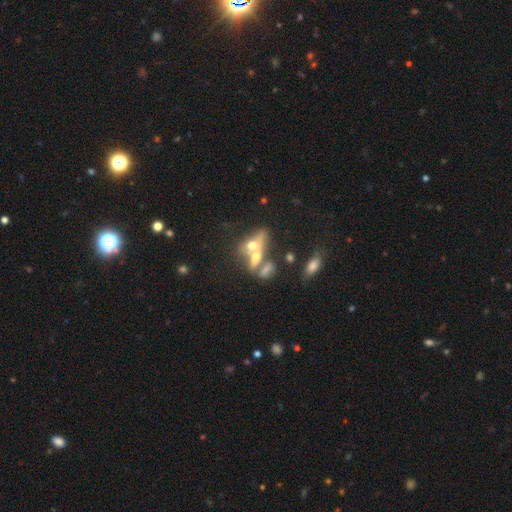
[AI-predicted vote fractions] The model was most divided on "smooth or featured": smooth: 48%, featured or disk: 40%, star or artifact: 13%. More confident: merging — merger (61%).